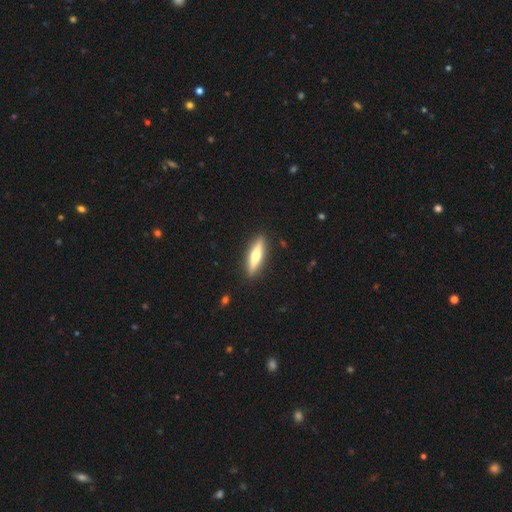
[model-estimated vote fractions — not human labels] A featured or disk galaxy (52%) viewed edge-on (93%). Merging: none (91%).